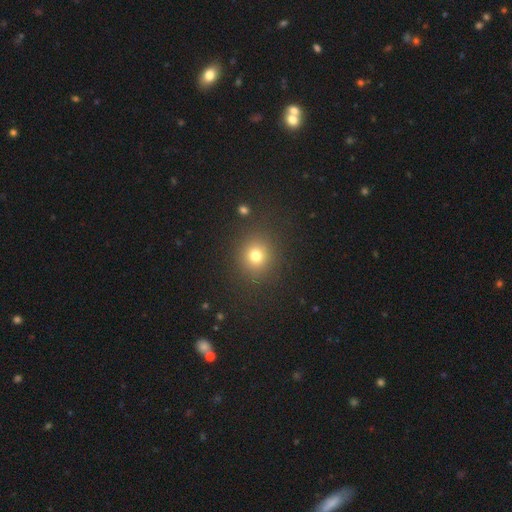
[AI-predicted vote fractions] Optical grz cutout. It shows a smooth galaxy with no disk features (75%) that is round (86%). Merging: none (87%).